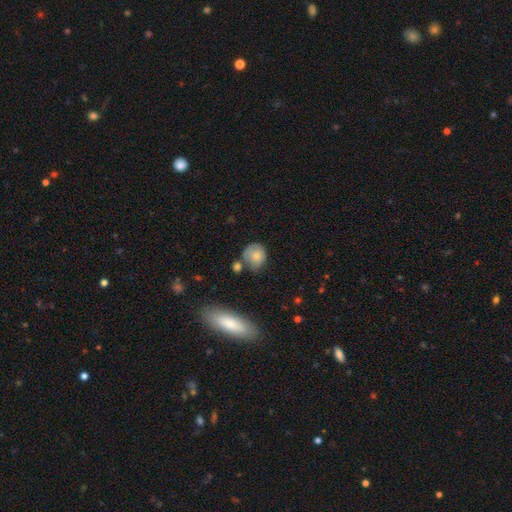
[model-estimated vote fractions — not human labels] smooth_or_featured: smooth (p=0.74) [alt: featured or disk p=0.18]
how_rounded: round (p=0.72) [alt: in between p=0.27]
merging: none (p=0.49) [alt: minor disturbance p=0.29]